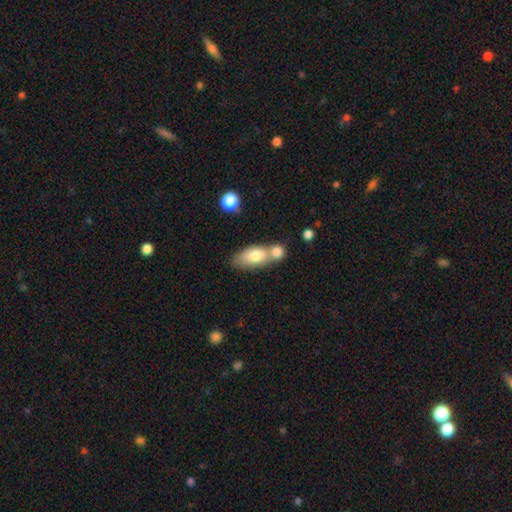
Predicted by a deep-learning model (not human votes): Smooth or featured? Predicted: smooth (p=0.73). How rounded? Predicted: in between (p=0.83). Merging? Predicted: merger (p=0.52).